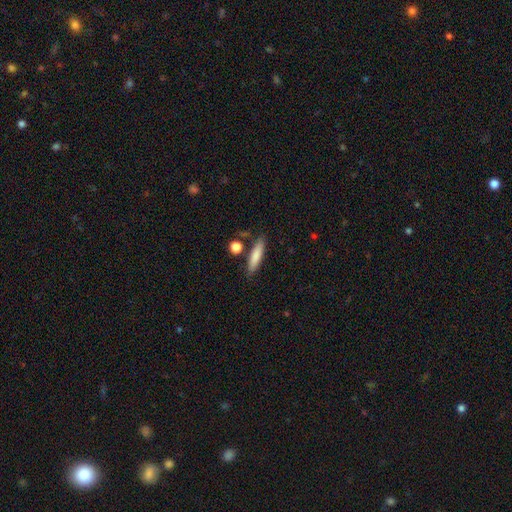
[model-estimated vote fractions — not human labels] Smooth or featured?
  - smooth: 79% *
  - featured or disk: 14%
  - star or artifact: 6%
How rounded?
  - cigar-shaped: 76% *
  - in between: 21%
  - round: 3%
Merging?
  - none: 80% *
  - minor disturbance: 11%
  - merger: 6%
  - major disturbance: 3%